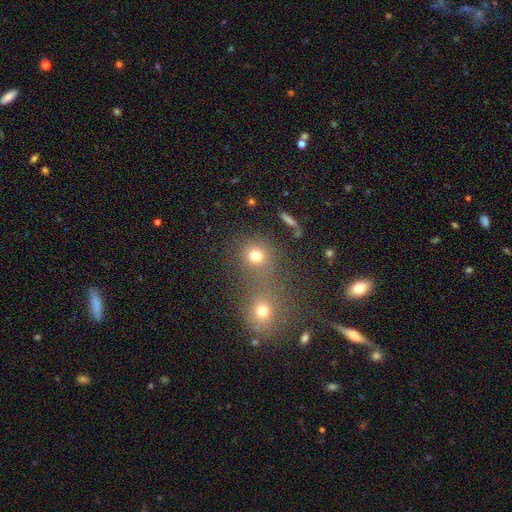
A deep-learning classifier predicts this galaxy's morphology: smooth_or_featured: smooth (p=0.75) [alt: star or artifact p=0.17]
how_rounded: round (p=0.86) [alt: in between p=0.12]
merging: none (p=0.56) [alt: merger p=0.32]